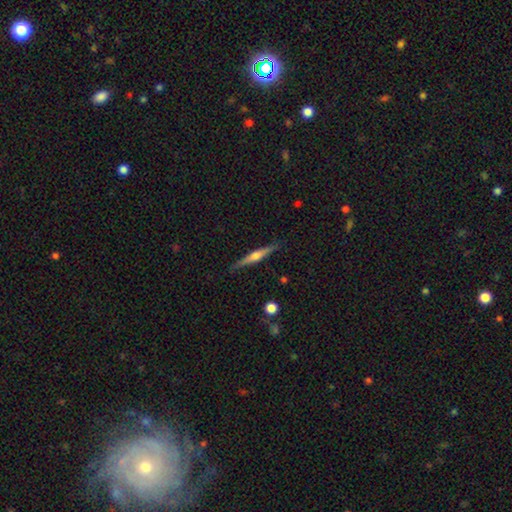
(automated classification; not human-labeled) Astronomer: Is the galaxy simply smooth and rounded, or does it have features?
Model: featured or disk — 66%.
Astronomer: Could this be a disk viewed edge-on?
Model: yes — 97%.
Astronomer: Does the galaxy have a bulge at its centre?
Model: rounded — 84%.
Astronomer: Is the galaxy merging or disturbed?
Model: none — 87%.